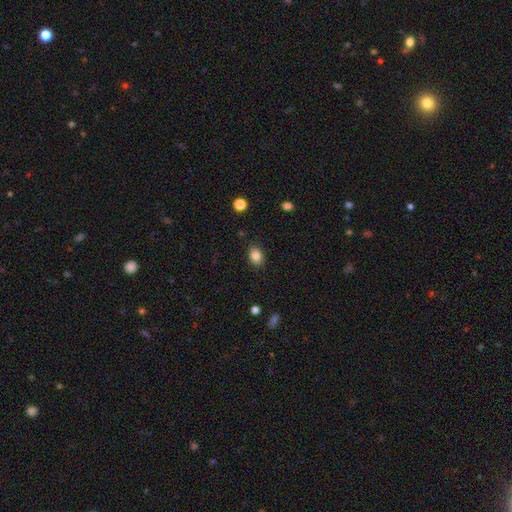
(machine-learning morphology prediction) smooth-or-featured: smooth: 84% | star or artifact: 9% | featured or disk: 7%
  how-rounded: in between: 71% | round: 28% | cigar-shaped: 1%
  merging: none: 85% | minor disturbance: 12% | major disturbance: 3% | merger: 1%